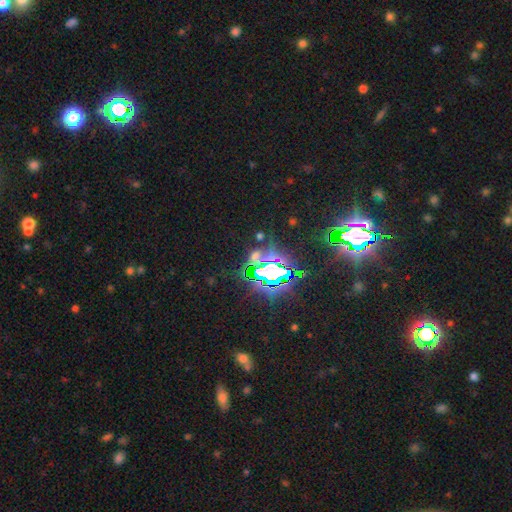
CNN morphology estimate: This appears to be a star or artifact, not a galaxy (72%).